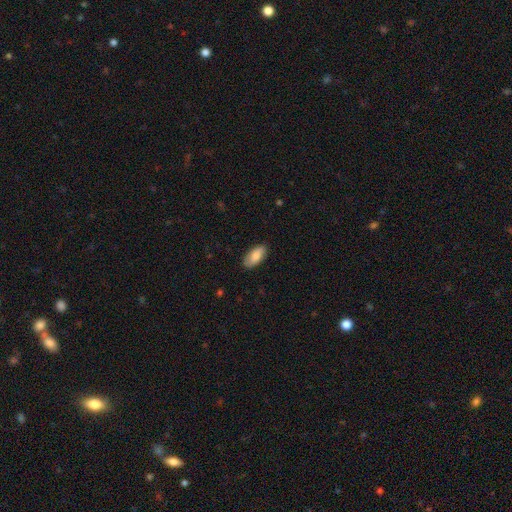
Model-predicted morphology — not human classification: smooth-or-featured: smooth: 84% | featured or disk: 11% | star or artifact: 6%
  how-rounded: in between: 90% | cigar-shaped: 8% | round: 2%
  merging: none: 86% | minor disturbance: 11% | major disturbance: 2% | merger: 1%